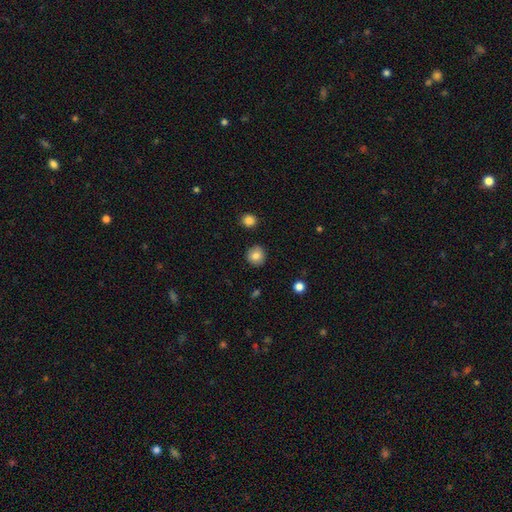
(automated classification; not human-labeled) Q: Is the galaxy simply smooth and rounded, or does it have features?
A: smooth — 83%.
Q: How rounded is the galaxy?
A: round — 93%.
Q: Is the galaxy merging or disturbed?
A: none — 90%.